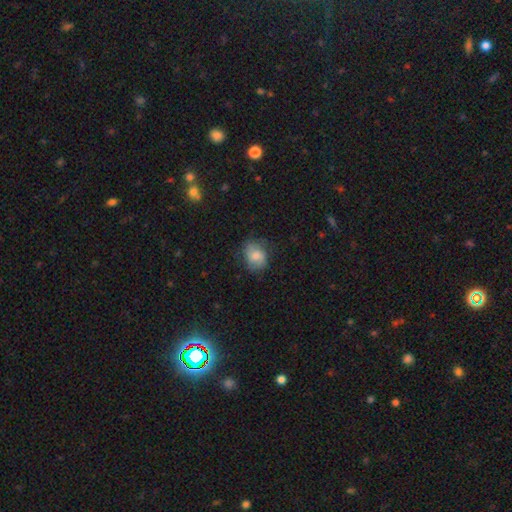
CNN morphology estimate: smooth-or-featured: smooth: 62% | featured or disk: 29% | star or artifact: 9%
  how-rounded: in between: 53% | round: 46% | cigar-shaped: 1%
  merging: none: 66% | minor disturbance: 24% | major disturbance: 9% | merger: 1%